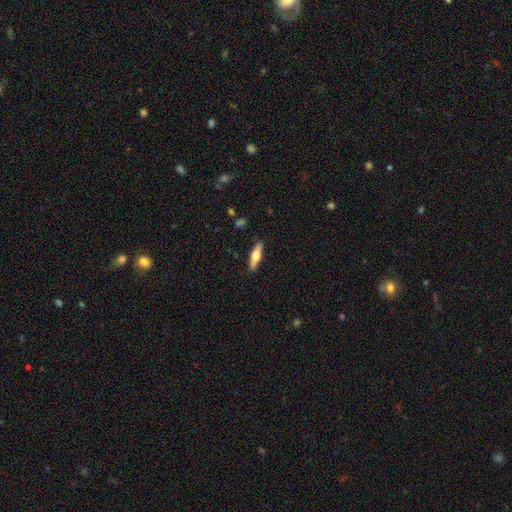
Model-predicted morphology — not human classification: featured or disk 53%, smooth 42%, star or artifact 6%. Down the decision tree: edge-on disk — yes (94%); merging — none (88%).